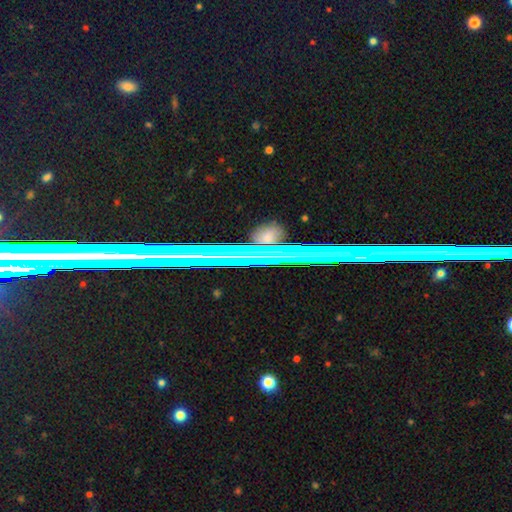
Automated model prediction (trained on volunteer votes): Morphology: type=star or artifact (54%).